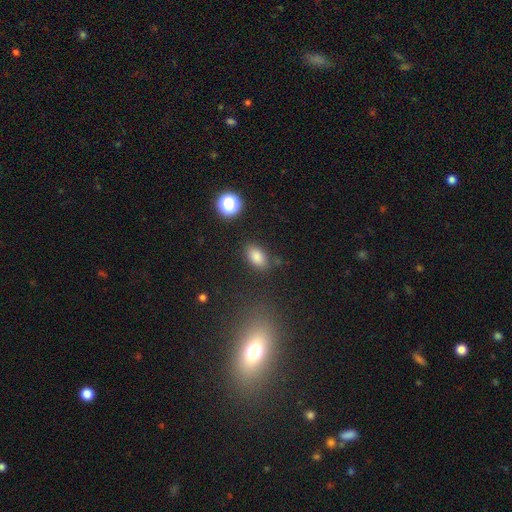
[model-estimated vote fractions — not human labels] smooth-or-featured: smooth: 83% | star or artifact: 11% | featured or disk: 6%
  how-rounded: in between: 88% | round: 9% | cigar-shaped: 2%
  merging: none: 81% | minor disturbance: 12% | merger: 4% | major disturbance: 4%